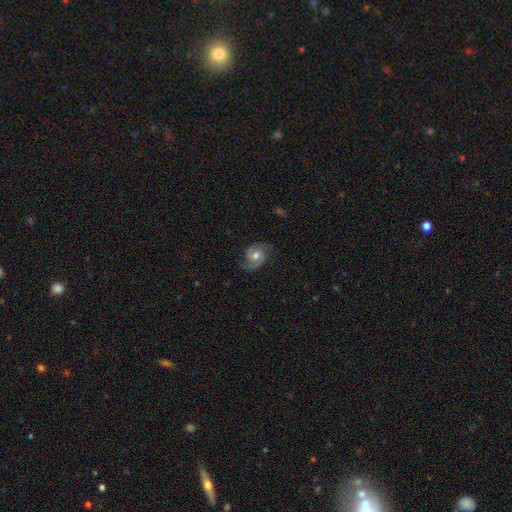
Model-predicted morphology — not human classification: Q: Smooth or featured?
A: featured or disk (79%); runner-up: smooth (14%)
Q: Edge-on disk?
A: no (97%); runner-up: yes (3%)
Q: Bar?
A: no (69%); runner-up: weak (26%)
Q: Spiral arms?
A: yes (95%); runner-up: no (5%)
Q: Spiral winding?
A: medium (49%); runner-up: tight (27%)
Q: Spiral arm count?
A: 2 (91%); runner-up: can't tell (4%)
Q: Bulge size?
A: moderate (74%); runner-up: small (17%)
Q: Merging?
A: none (77%); runner-up: minor disturbance (16%)